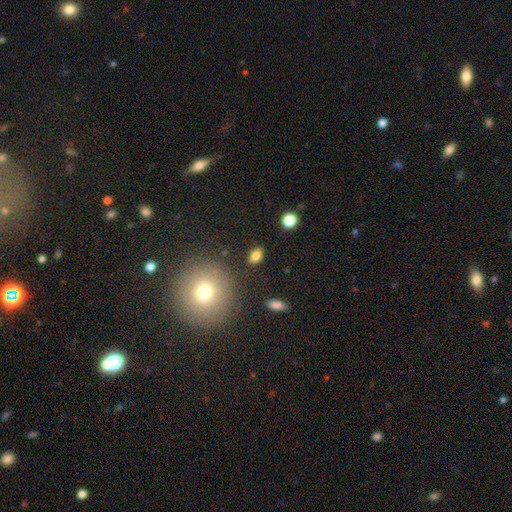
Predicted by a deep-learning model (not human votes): Overall: smooth (82%). How rounded: in between (82%). Merging: none (84%).